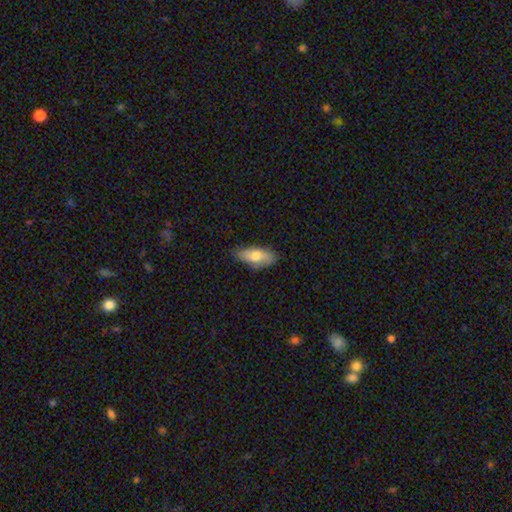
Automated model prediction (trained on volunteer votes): Smooth or featured: smooth — 70% (featured or disk — 23%)
How rounded: in between — 80% (cigar-shaped — 17%)
Merging: none — 75% (minor disturbance — 20%)